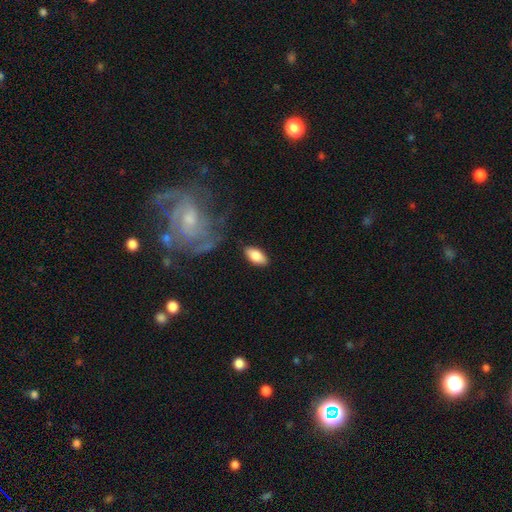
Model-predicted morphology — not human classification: A smooth galaxy with no disk features (82%) that is in between round and cigar-shaped (90%).

Vote fractions:
- Smooth or featured? smooth: 82% / featured or disk: 12% / star or artifact: 6%
- How rounded? in between: 90% / cigar-shaped: 8% / round: 3%
- Merging? none: 85% / minor disturbance: 11% / major disturbance: 3% / merger: 2%